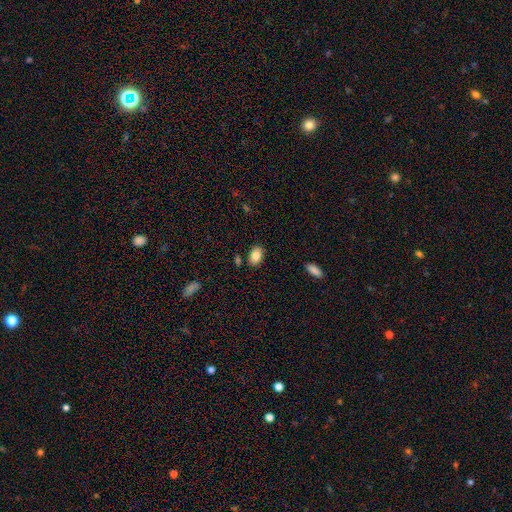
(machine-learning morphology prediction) Smooth or featured? smooth (84%)
How rounded? in between (85%)
Merging? none (83%)